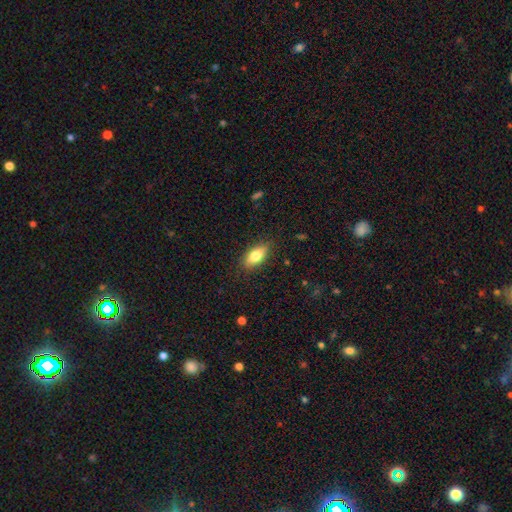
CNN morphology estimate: smooth_or_featured: smooth (p=0.78) [alt: featured or disk p=0.15]
how_rounded: in between (p=0.84) [alt: cigar-shaped p=0.13]
merging: none (p=0.85) [alt: minor disturbance p=0.11]